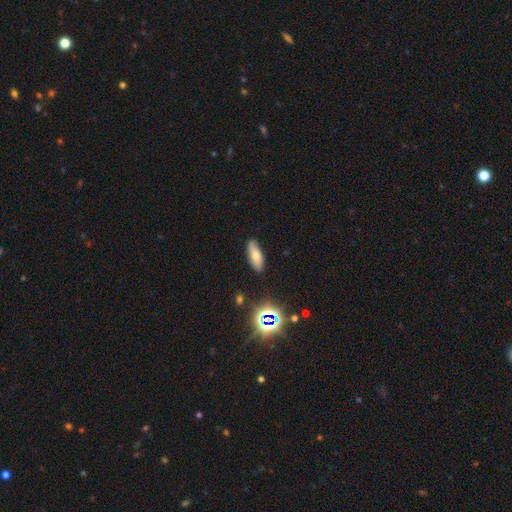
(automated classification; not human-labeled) Q: Smooth or featured?
A: smooth (68%); runner-up: featured or disk (20%)
Q: How rounded?
A: in between (70%); runner-up: cigar-shaped (27%)
Q: Merging?
A: none (82%); runner-up: minor disturbance (14%)